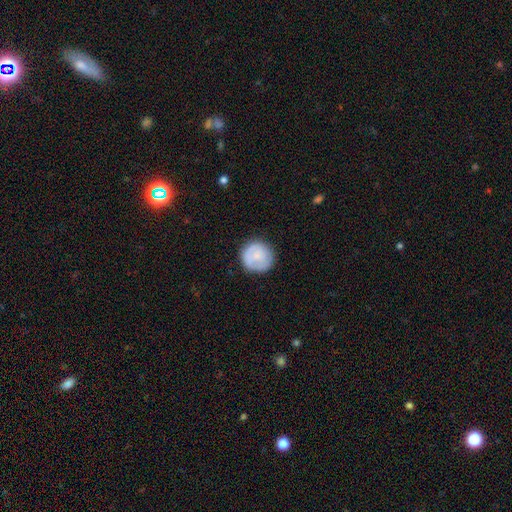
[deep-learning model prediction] Overall: smooth (66%; featured or disk 27%). How rounded: round (93%). Merging: none (80%).